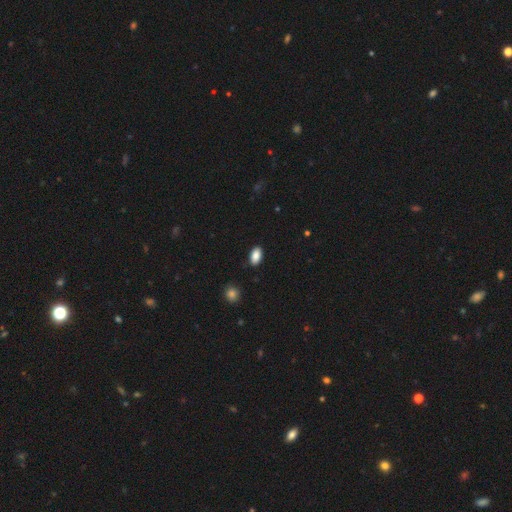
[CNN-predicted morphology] smooth 88%, star or artifact 8%, featured or disk 4%. Down the decision tree: how rounded — in between (93%); merging — none (88%).